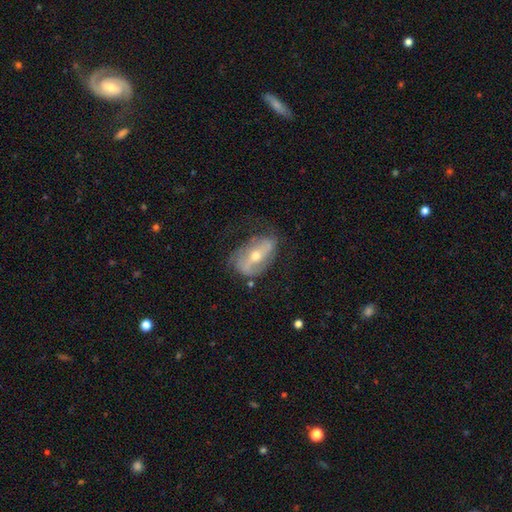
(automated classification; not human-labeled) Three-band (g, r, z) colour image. It shows a featured or disk galaxy (75%) with a strong bar (45%), 2 (75%) loose (43%) spiral arms (78%) and a moderate central bulge (52%). Merging: none (60%).